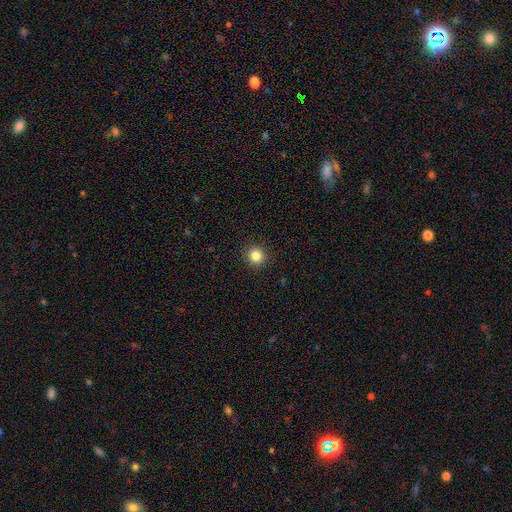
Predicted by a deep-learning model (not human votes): This appears to be a smooth galaxy with no disk features (85%) that is round (93%). Merging: none (92%).